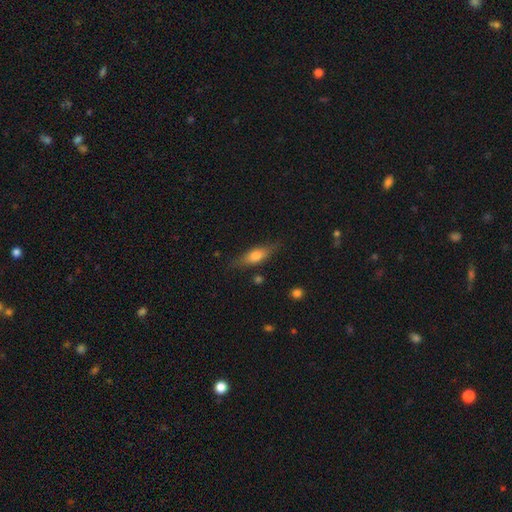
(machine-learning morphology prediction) A smooth galaxy with no disk features (60%) that is in between round and cigar-shaped (55%). Merging: none (78%).